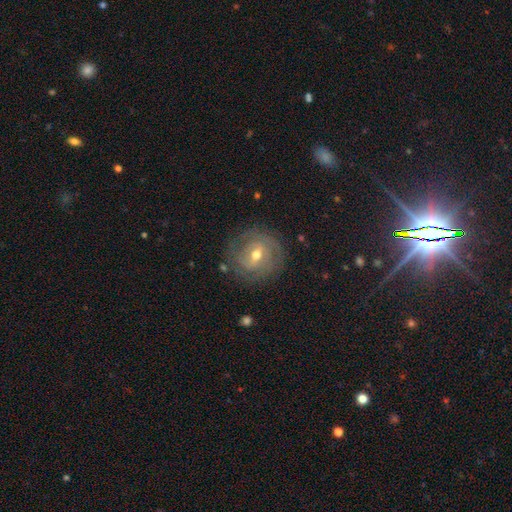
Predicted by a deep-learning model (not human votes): Q: Smooth or featured?
A: featured or disk (62%); runner-up: star or artifact (21%)
Q: Edge-on disk?
A: no (93%); runner-up: yes (7%)
Q: Bar?
A: weak (43%); runner-up: no (35%)
Q: Spiral arms?
A: yes (80%); runner-up: no (20%)
Q: Bulge size?
A: moderate (50%); runner-up: small (47%)
Q: Merging?
A: none (82%); runner-up: minor disturbance (11%)